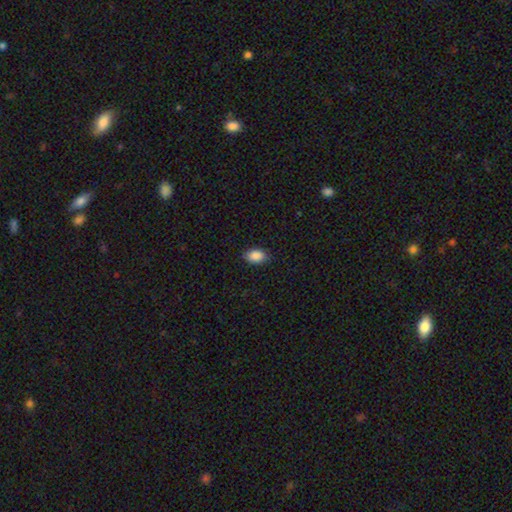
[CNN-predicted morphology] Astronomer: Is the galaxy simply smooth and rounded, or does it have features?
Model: smooth — 89%.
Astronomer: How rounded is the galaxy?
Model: in between — 90%.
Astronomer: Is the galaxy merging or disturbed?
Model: none — 86%.